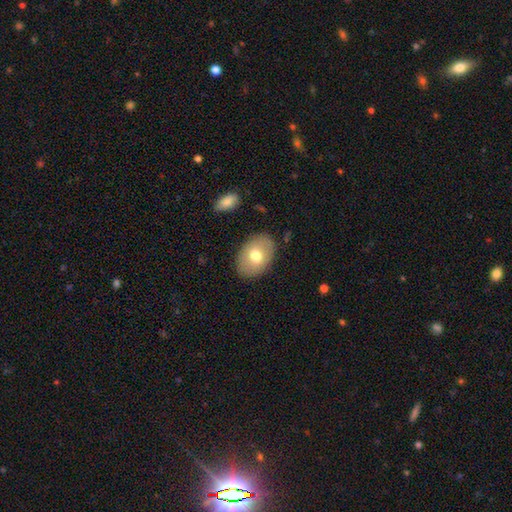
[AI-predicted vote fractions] This appears to be a smooth galaxy with no disk features (70%) that is in between round and cigar-shaped (81%). Merging: none (85%).